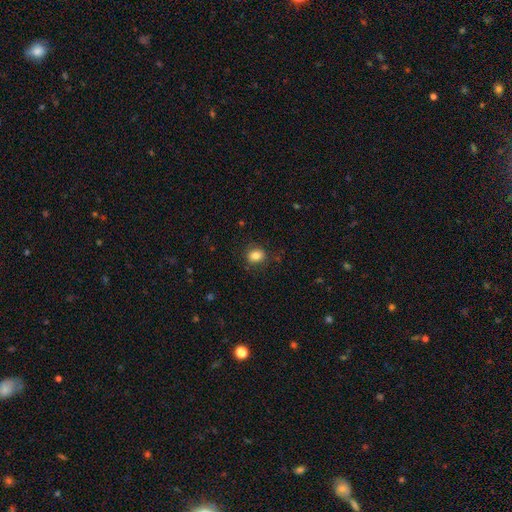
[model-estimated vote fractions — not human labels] smooth-or-featured: smooth: 83% | star or artifact: 10% | featured or disk: 6%
  how-rounded: round: 58% | in between: 41% | cigar-shaped: 1%
  merging: none: 85% | minor disturbance: 10% | major disturbance: 3% | merger: 1%